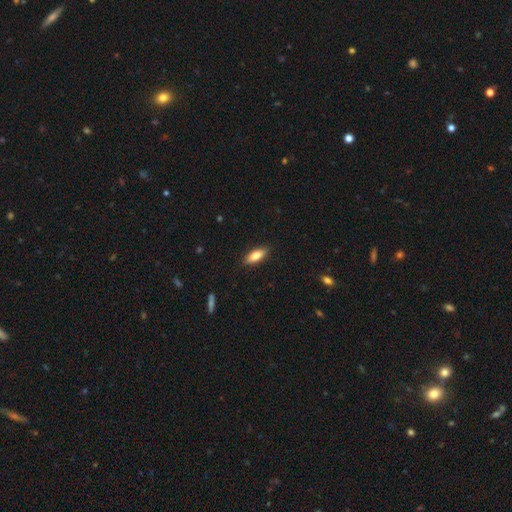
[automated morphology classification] Smooth or featured?
  - smooth: 79% *
  - featured or disk: 15%
  - star or artifact: 6%
How rounded?
  - in between: 71% *
  - cigar-shaped: 26%
  - round: 2%
Merging?
  - none: 88% *
  - minor disturbance: 9%
  - major disturbance: 2%
  - merger: 1%